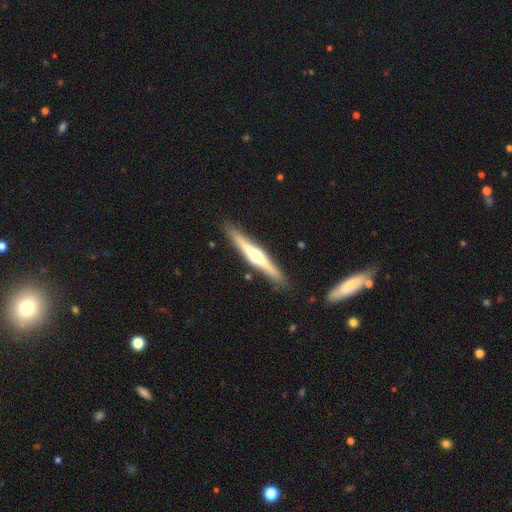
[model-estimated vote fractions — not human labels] Morphology: type=featured or disk (75%); edge-on=yes (98%); edge-on bulge=rounded (93%); merging=none (89%).